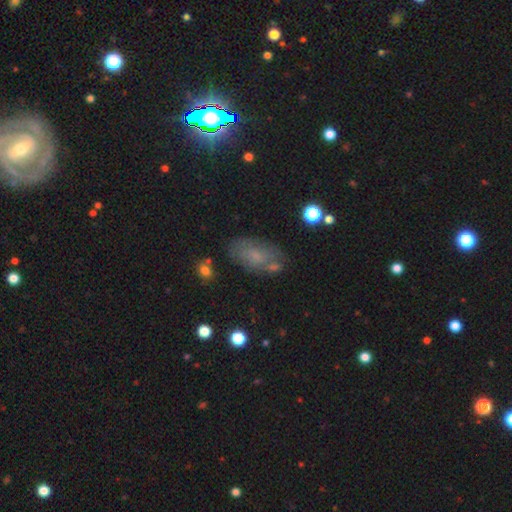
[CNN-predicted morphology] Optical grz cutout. It shows a smooth galaxy with no disk features (55%) that is in between round and cigar-shaped (89%). Merging: none (67%).